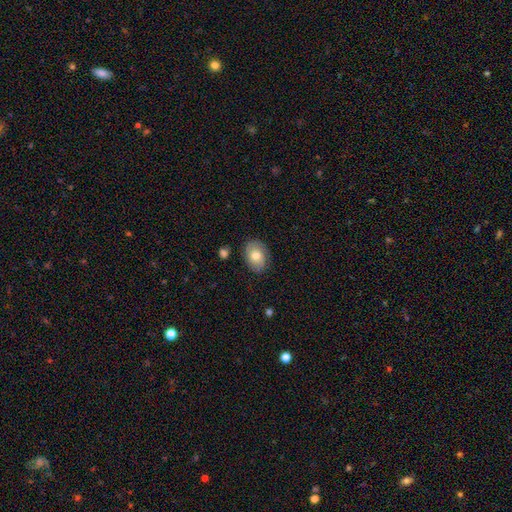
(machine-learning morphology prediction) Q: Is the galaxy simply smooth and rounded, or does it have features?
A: smooth — 63%.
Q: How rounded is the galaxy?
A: in between — 69%.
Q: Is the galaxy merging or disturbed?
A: none — 79%.